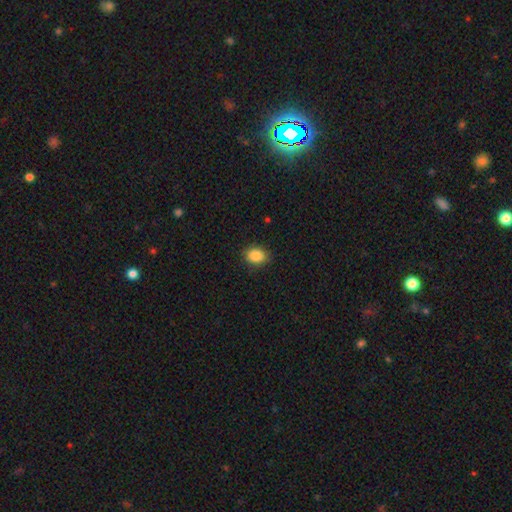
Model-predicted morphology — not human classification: Q: Smooth or featured?
A: smooth (88%); runner-up: star or artifact (9%)
Q: How rounded?
A: in between (63%); runner-up: round (36%)
Q: Merging?
A: none (86%); runner-up: minor disturbance (11%)